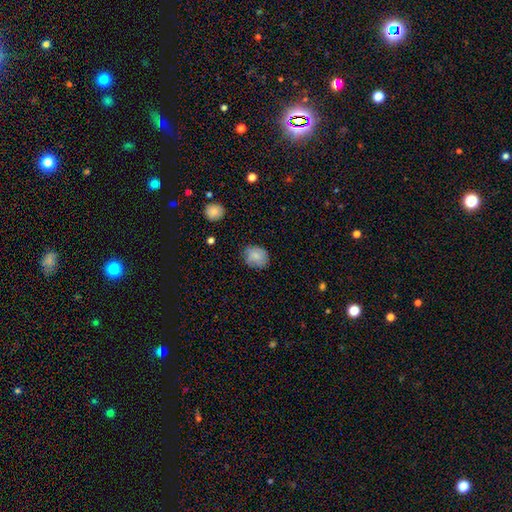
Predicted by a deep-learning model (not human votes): A smooth galaxy with no disk features (77%) that is round (66%).

Vote fractions:
- Smooth or featured? smooth: 77% / featured or disk: 15% / star or artifact: 8%
- How rounded? round: 66% / in between: 33% / cigar-shaped: 1%
- Merging? none: 75% / minor disturbance: 20% / major disturbance: 4% / merger: 1%